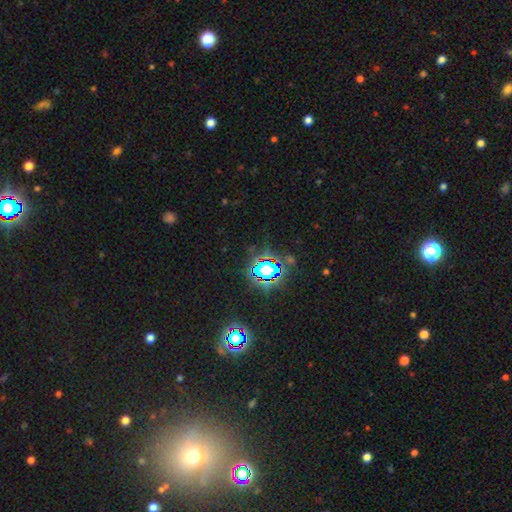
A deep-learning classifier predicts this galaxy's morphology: This is clearly a star or artifact rather than a galaxy (80%).